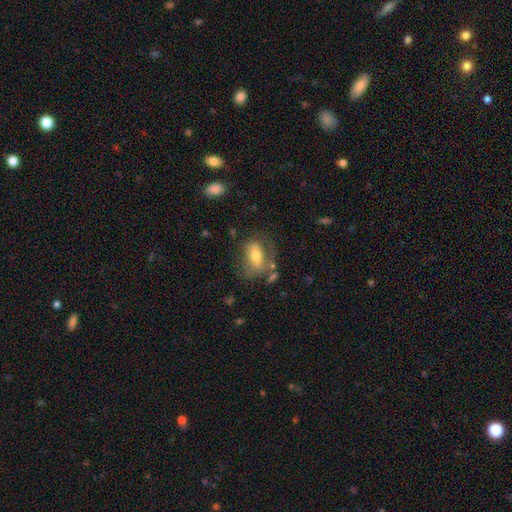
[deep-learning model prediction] Smooth or featured? smooth (54%)
How rounded? in between (83%)
Merging? none (50%)